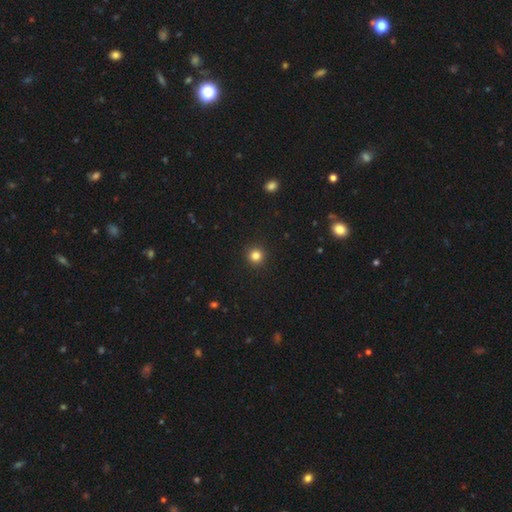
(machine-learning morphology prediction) Smooth or featured: smooth — 83% (star or artifact — 12%)
How rounded: round — 95% (in between — 5%)
Merging: none — 93% (minor disturbance — 5%)